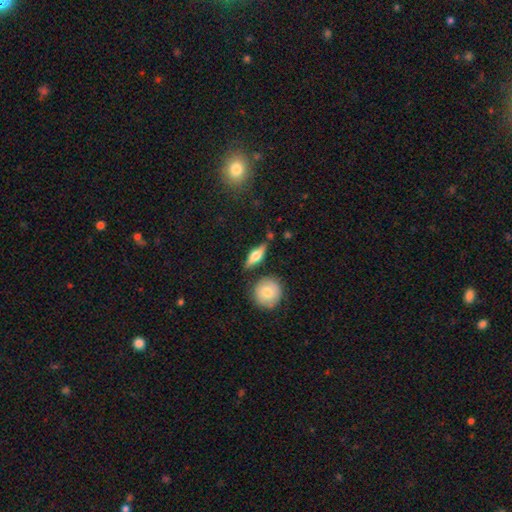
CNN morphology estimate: A featured or disk galaxy (53%) viewed edge-on (91%). Merging: none (78%).